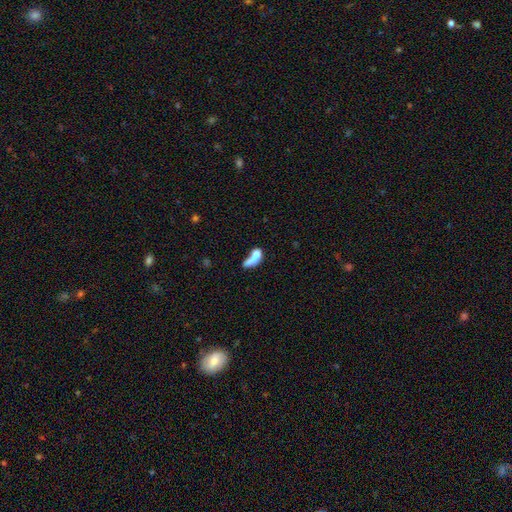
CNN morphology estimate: A smooth galaxy with no disk features (64%) that is in between round and cigar-shaped (58%).

Vote fractions:
- Smooth or featured? smooth: 64% / featured or disk: 26% / star or artifact: 10%
- How rounded? in between: 58% / cigar-shaped: 26% / round: 16%
- Merging? merger: 38% / major disturbance: 26% / none: 23% / minor disturbance: 13%